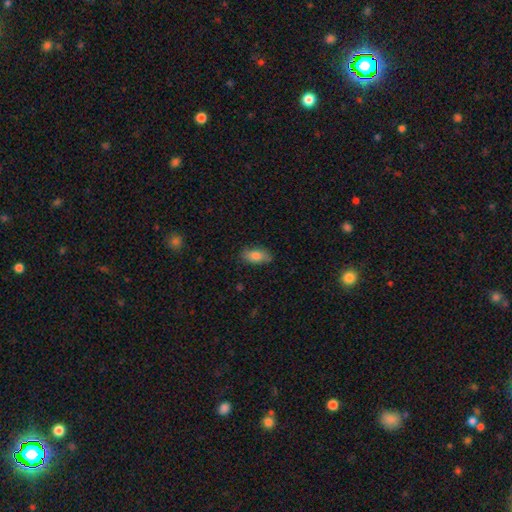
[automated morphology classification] This appears to be a smooth galaxy with no disk features (80%) that is in between round and cigar-shaped (89%). Merging: none (81%).